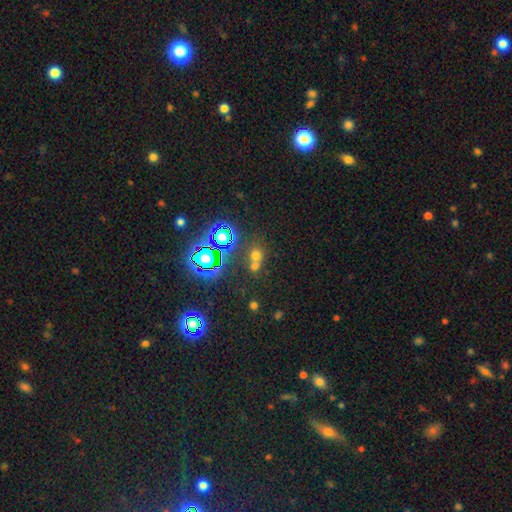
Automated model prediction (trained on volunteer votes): A smooth galaxy with no disk features (54%) that is round (73%).

Vote fractions:
- Smooth or featured? smooth: 54% / star or artifact: 35% / featured or disk: 11%
- How rounded? round: 73% / in between: 25% / cigar-shaped: 2%
- Merging? merger: 44% (tied) / none: 44% (tied) / minor disturbance: 8% / major disturbance: 4%